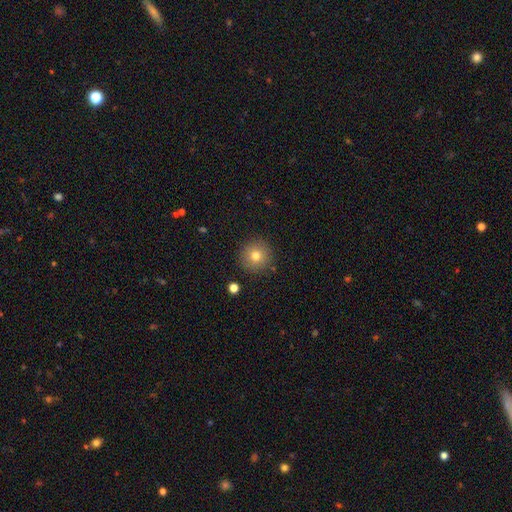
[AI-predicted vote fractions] The model was most divided on "smooth or featured": smooth: 77%, star or artifact: 11%, featured or disk: 11%. More confident: how rounded — round (95%); merging — none (90%).